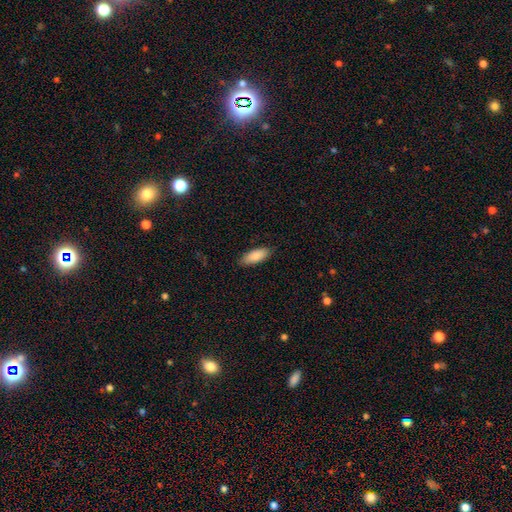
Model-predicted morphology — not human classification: The model was most divided on "how rounded": in between: 76%, cigar-shaped: 22%, round: 2%. More confident: merging — none (87%); smooth or featured — smooth (87%).